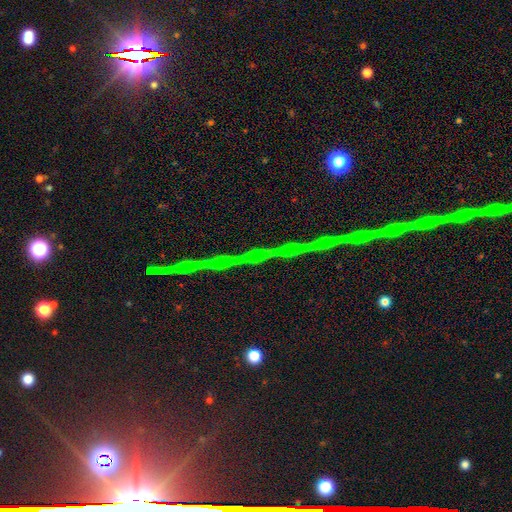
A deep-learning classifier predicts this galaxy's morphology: smooth_or_featured: star or artifact (p=0.69) [alt: featured or disk p=0.21]